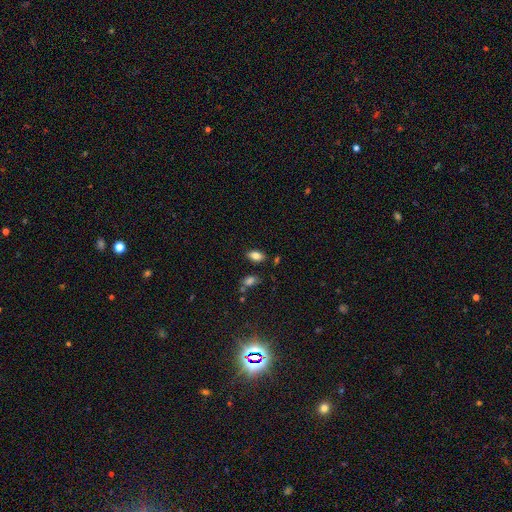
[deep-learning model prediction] Smooth or featured: smooth — 83% (star or artifact — 9%)
How rounded: in between — 92% (round — 5%)
Merging: none — 82% (minor disturbance — 11%)